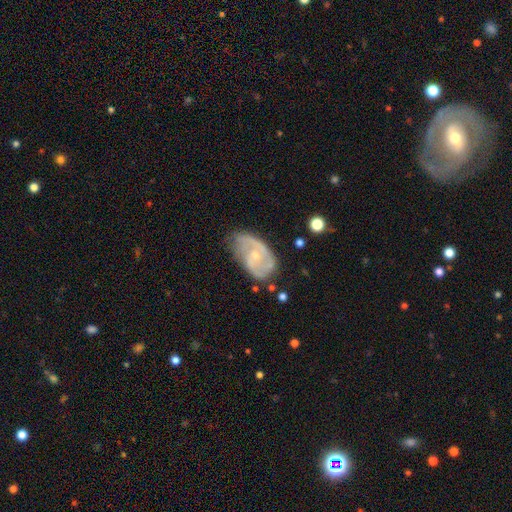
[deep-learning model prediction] Smooth or featured? featured or disk (79%)
Edge-on disk? no (97%)
Bar? no (64%)
Spiral arms? yes (91%)
Spiral winding? medium (44%)
Spiral arm count? 2 (63%)
Bulge size? small (70%)
Merging? none (54%)